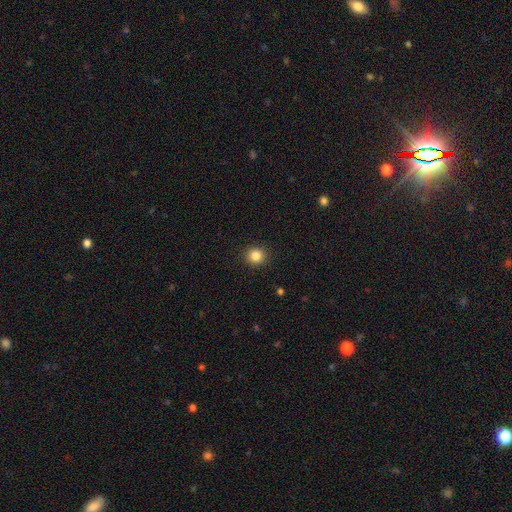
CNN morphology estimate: smooth-or-featured: smooth: 85% | star or artifact: 11% | featured or disk: 4%
  how-rounded: round: 90% | in between: 9% | cigar-shaped: 1%
  merging: none: 91% | minor disturbance: 6% | major disturbance: 2% | merger: 1%